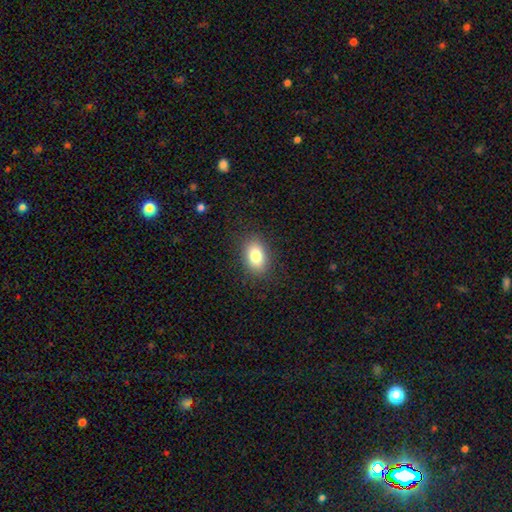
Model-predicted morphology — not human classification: type=smooth (81%); roundness=in between (84%); merging=none (86%).